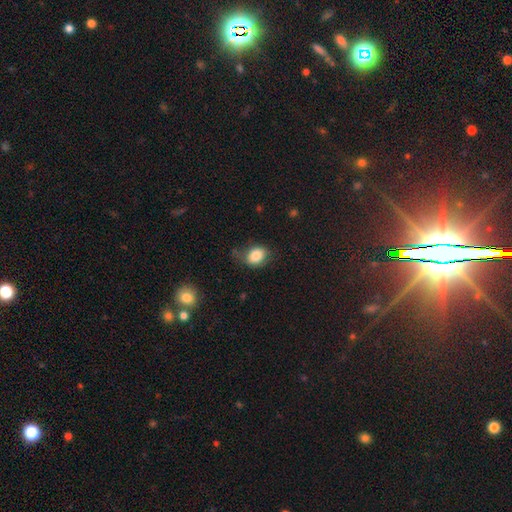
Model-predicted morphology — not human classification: A smooth galaxy with no disk features (83%) that is in between round and cigar-shaped (61%).

Vote fractions:
- Smooth or featured? smooth: 83% / star or artifact: 9% / featured or disk: 8%
- How rounded? in between: 61% / round: 38% / cigar-shaped: 1%
- Merging? none: 61% / minor disturbance: 27% / major disturbance: 10% / merger: 3%